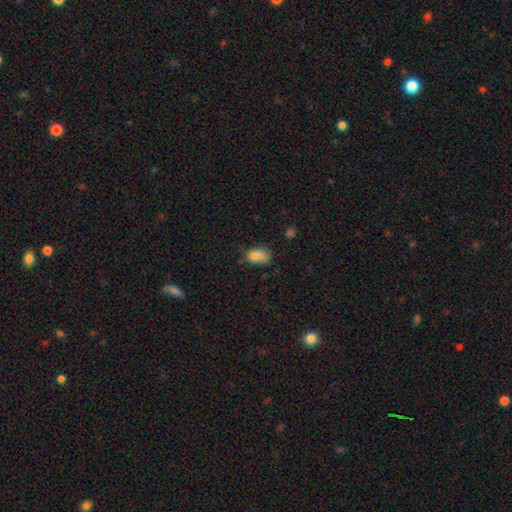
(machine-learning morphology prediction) A smooth galaxy with no disk features (80%) that is in between round and cigar-shaped (81%). Merging: none (43%).